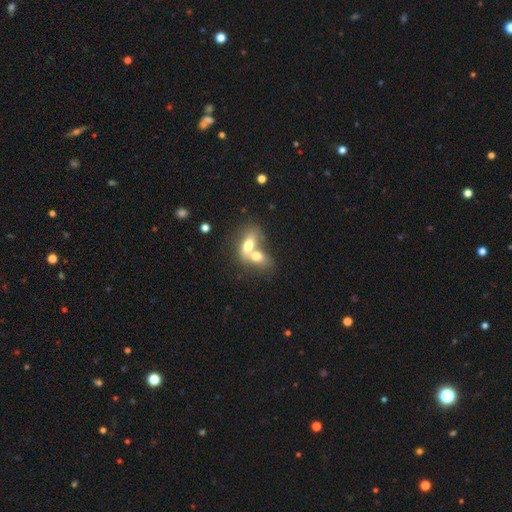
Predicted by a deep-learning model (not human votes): This appears to be a smooth galaxy with no disk features (67%) that is in between round and cigar-shaped (81%). Merging: merger (77%).